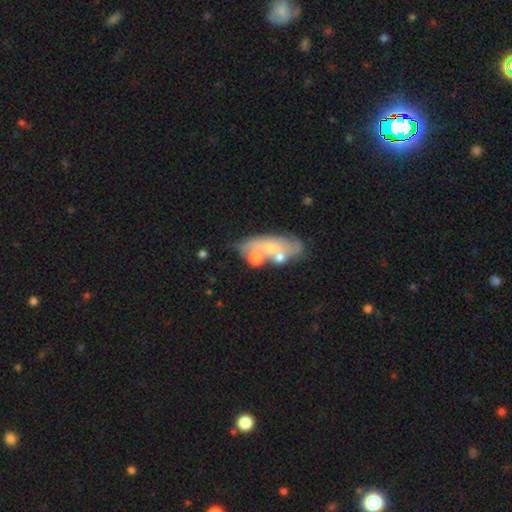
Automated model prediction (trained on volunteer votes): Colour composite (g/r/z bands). It shows a featured or disk galaxy (51%). Merging: merger (38%).